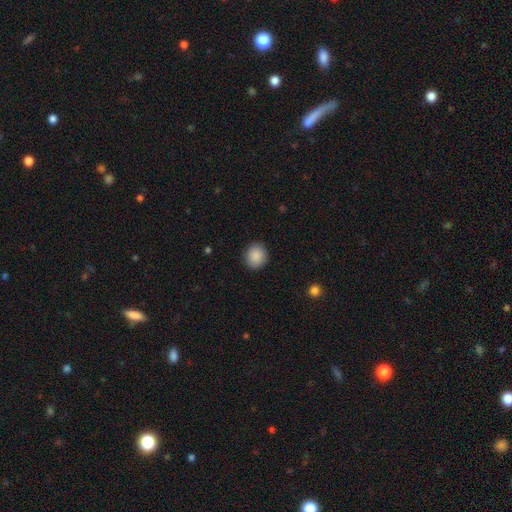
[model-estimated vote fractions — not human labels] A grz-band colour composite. It shows a smooth galaxy with no disk features (89%) that is round (78%). Merging: none (90%).